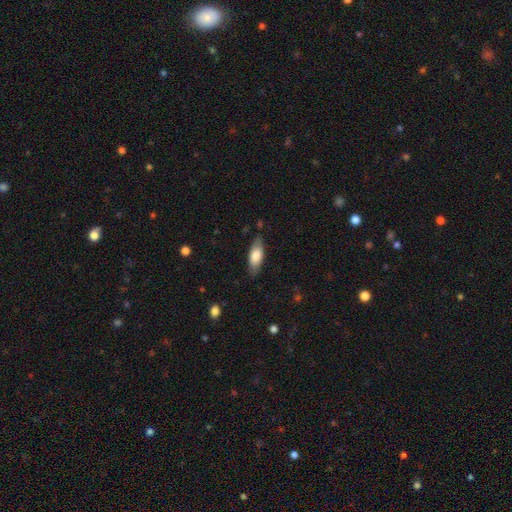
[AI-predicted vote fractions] A smooth galaxy with no disk features (76%) that is in between round and cigar-shaped (71%). Merging: none (82%).